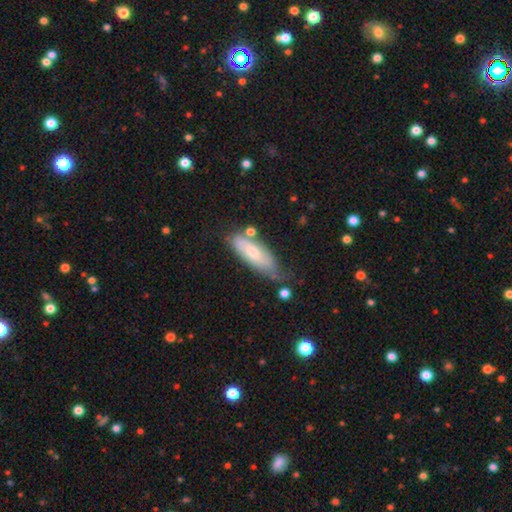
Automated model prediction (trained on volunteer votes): A smooth galaxy with no disk features (57%) that is in between round and cigar-shaped (65%). Merging: none (48%).